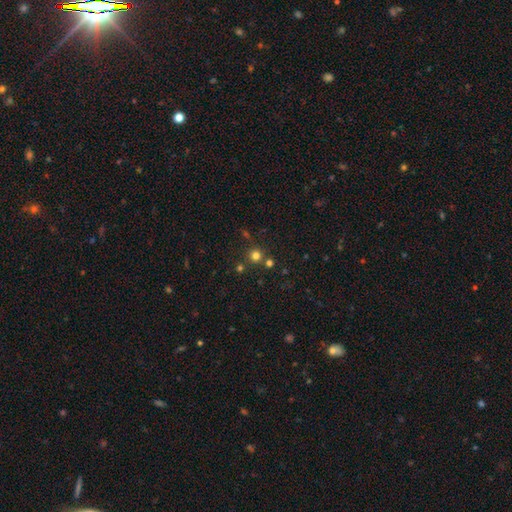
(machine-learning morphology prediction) This is likely a smooth galaxy (73%). How rounded: clearly round (94%). Merging: likely none (78%).